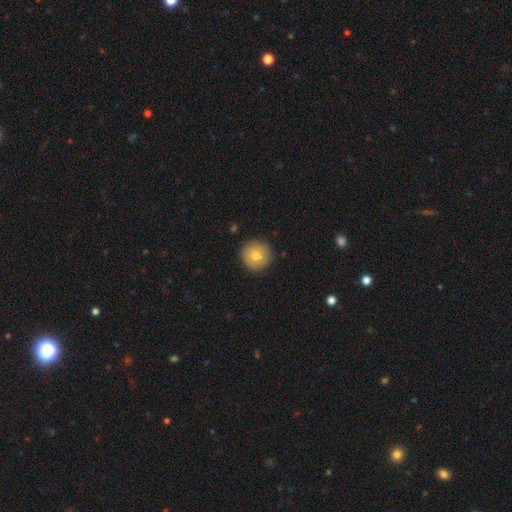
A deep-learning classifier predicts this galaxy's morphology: A smooth galaxy with no disk features (77%) that is round (95%).

Vote fractions:
- Smooth or featured? smooth: 77% / featured or disk: 15% / star or artifact: 8%
- How rounded? round: 95% / in between: 4% / cigar-shaped: 1%
- Merging? none: 89% / minor disturbance: 8% / major disturbance: 2% / merger: 1%